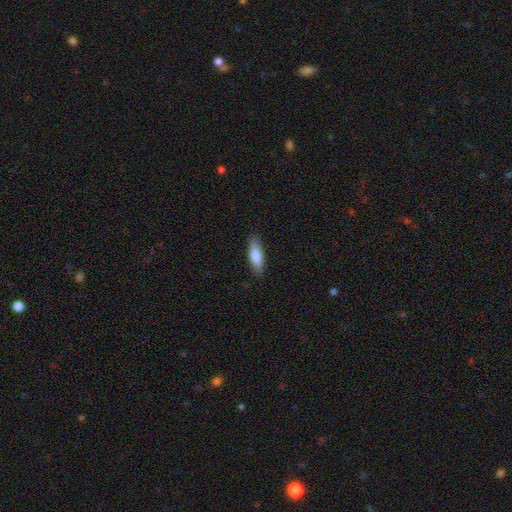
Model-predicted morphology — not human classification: smooth_or_featured: smooth (p=0.80) [alt: featured or disk p=0.14]
how_rounded: in between (p=0.49) [tied with: cigar-shaped p=0.49]
merging: none (p=0.85) [alt: minor disturbance p=0.11]